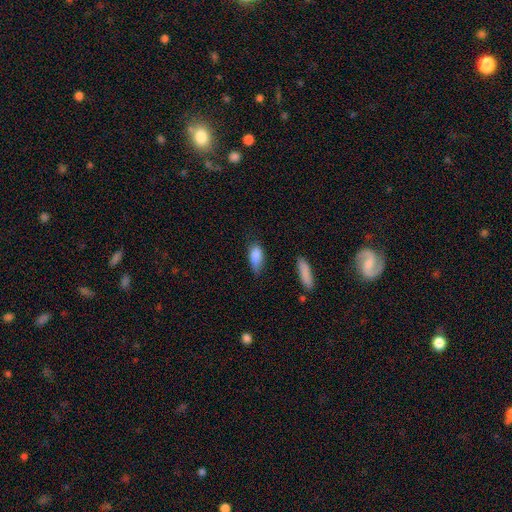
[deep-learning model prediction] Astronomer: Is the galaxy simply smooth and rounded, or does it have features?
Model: smooth — 85%.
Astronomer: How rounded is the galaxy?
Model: in between — 84%.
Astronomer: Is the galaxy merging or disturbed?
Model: none — 54% (runner-up: minor disturbance, 34%).